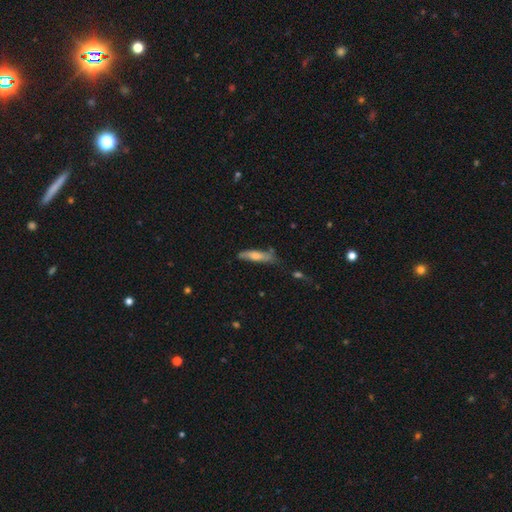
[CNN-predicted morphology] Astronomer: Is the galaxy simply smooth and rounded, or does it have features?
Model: smooth — 63%.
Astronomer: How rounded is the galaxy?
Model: cigar-shaped — 72%.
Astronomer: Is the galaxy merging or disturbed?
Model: none — 63%.